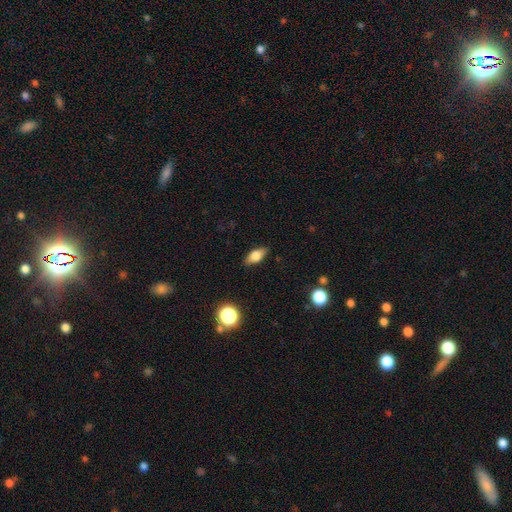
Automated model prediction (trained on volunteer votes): This is likely a smooth galaxy (66%). How rounded: likely in between (79%). Merging: clearly none (86%).